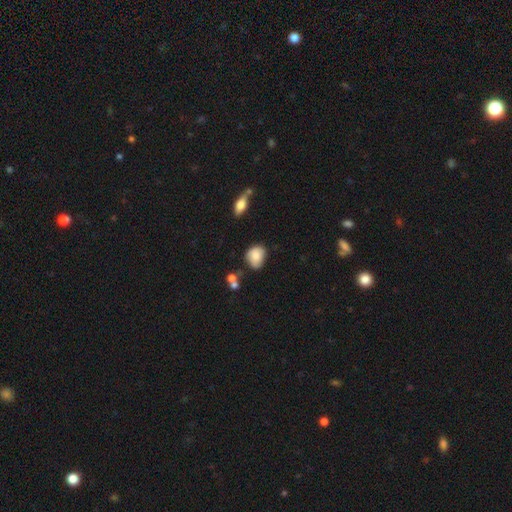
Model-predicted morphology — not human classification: Smooth or featured? Predicted: smooth (p=0.78). How rounded? Predicted: round (p=0.50). Merging? Predicted: none (p=0.51).